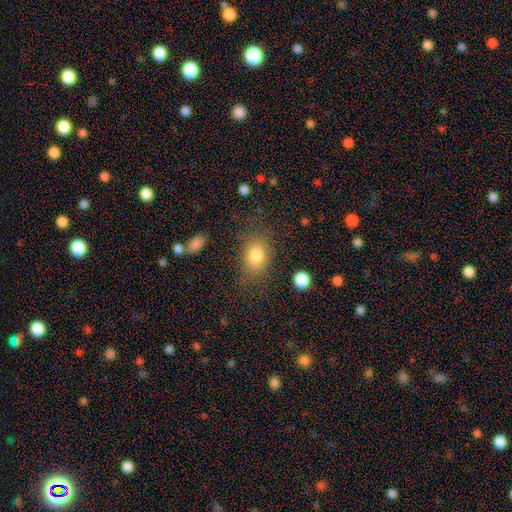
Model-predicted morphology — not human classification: Smooth or featured?
  - smooth: 81% *
  - star or artifact: 11%
  - featured or disk: 9%
How rounded?
  - in between: 69% *
  - round: 29%
  - cigar-shaped: 1%
Merging?
  - none: 76% *
  - minor disturbance: 15%
  - major disturbance: 6%
  - merger: 2%